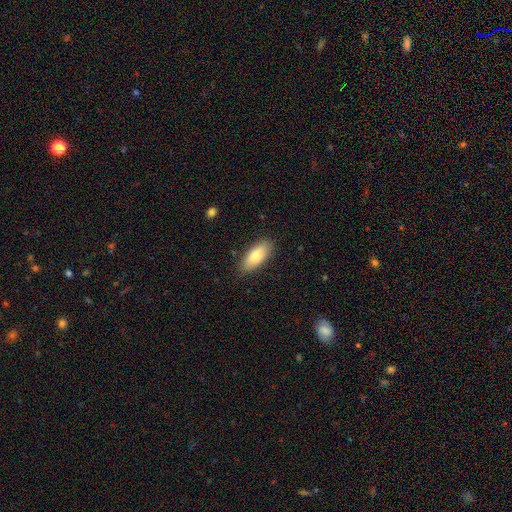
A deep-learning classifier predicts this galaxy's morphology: type=smooth (80%); roundness=in between (81%); merging=none (84%).